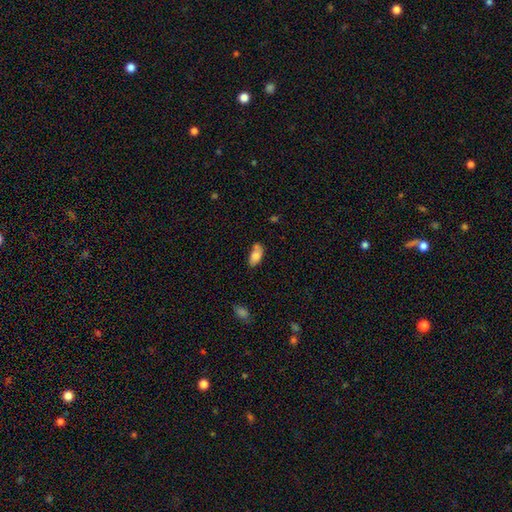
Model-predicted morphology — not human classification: This is likely a smooth galaxy (78%). How rounded: clearly in between (90%). Merging: possibly none (57%).